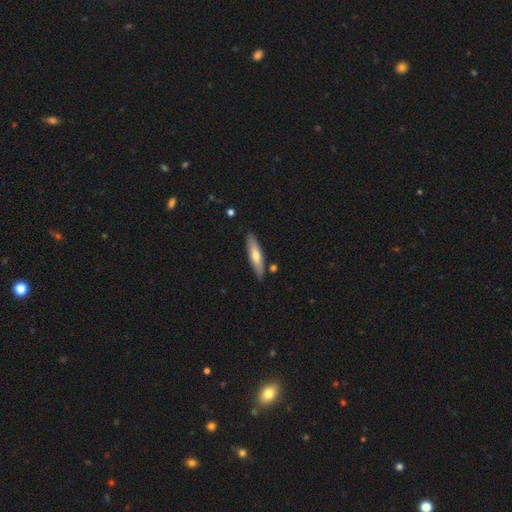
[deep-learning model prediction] Smooth or featured? Predicted: smooth (p=0.59). How rounded? Predicted: cigar-shaped (p=0.73). Merging? Predicted: none (p=0.84).